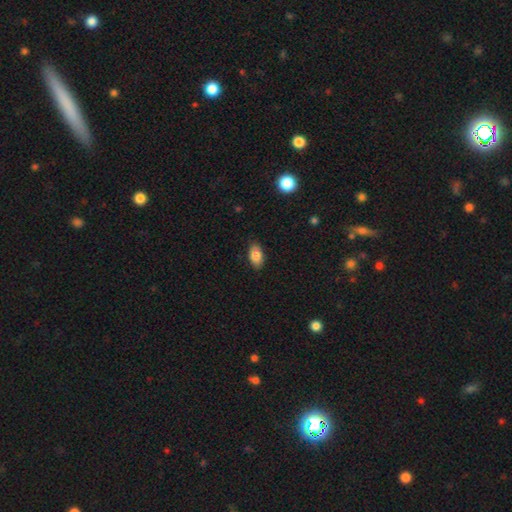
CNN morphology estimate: Smooth or featured? Predicted: smooth (p=0.83). How rounded? Predicted: in between (p=0.92). Merging? Predicted: none (p=0.85).